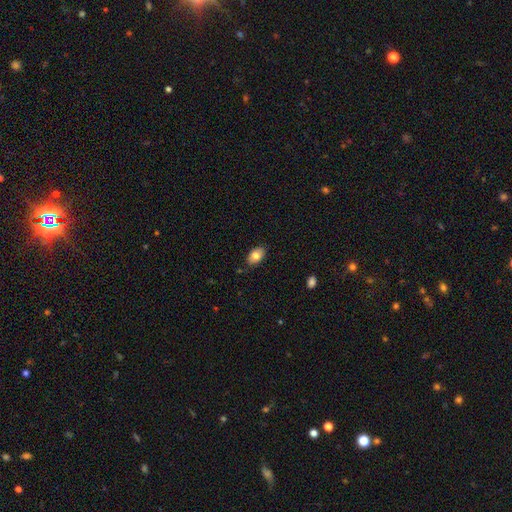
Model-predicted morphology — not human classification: Smooth or featured: smooth — 79% (featured or disk — 13%)
How rounded: in between — 92% (round — 7%)
Merging: none — 83% (minor disturbance — 13%)